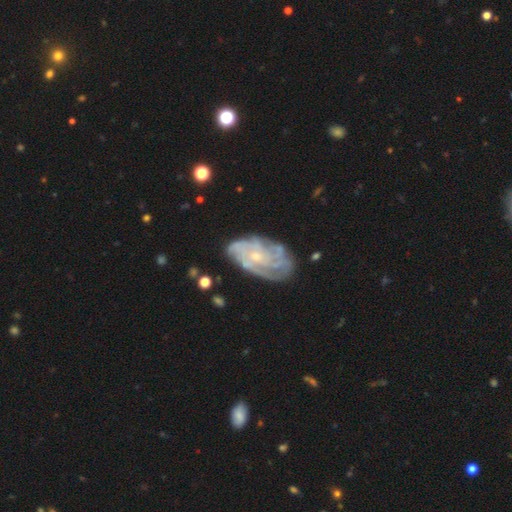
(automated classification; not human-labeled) Q: Smooth or featured?
A: featured or disk (79%); runner-up: smooth (13%)
Q: Edge-on disk?
A: no (95%); runner-up: yes (5%)
Q: Bar?
A: no (76%); runner-up: weak (20%)
Q: Spiral arms?
A: yes (89%); runner-up: no (11%)
Q: Spiral winding?
A: tight (63%); runner-up: medium (28%)
Q: Spiral arm count?
A: can't tell (43%); runner-up: 4 (20%)
Q: Bulge size?
A: small (72%); runner-up: moderate (22%)
Q: Merging?
A: none (71%); runner-up: minor disturbance (19%)